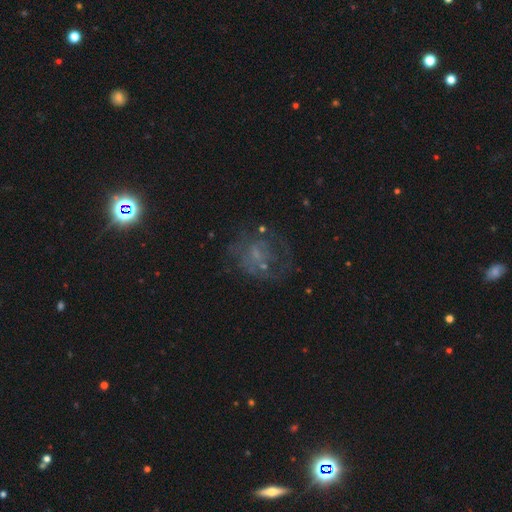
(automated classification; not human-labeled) smooth_or_featured: featured or disk (p=0.55) [alt: smooth p=0.28]
disk_edge_on: no (p=0.98) [alt: yes p=0.02]
bar: no (p=0.75) [alt: weak p=0.21]
has_spiral_arms: no (p=0.60) [alt: yes p=0.40]
bulge_size: none (p=0.42) [alt: small p=0.37]
merging: none (p=0.48) [alt: major disturbance p=0.29]